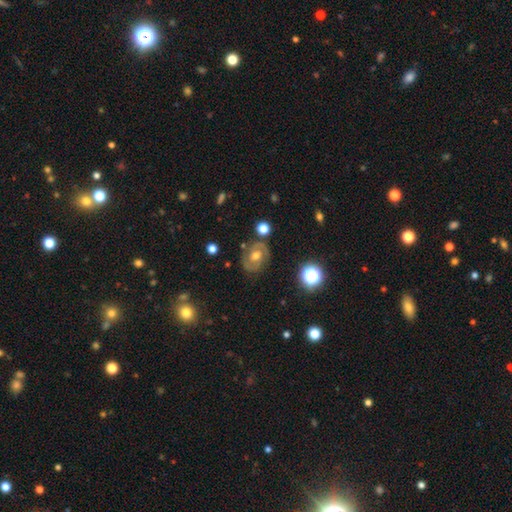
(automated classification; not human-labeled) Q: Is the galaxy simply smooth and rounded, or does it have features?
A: featured or disk — 75%.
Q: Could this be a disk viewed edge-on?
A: no — 97%.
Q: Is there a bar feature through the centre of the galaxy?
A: no — 60%.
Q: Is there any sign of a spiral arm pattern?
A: yes — 89%.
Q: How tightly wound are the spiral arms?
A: tight — 49%.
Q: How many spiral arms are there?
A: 2 — 83%.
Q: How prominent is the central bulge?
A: moderate — 74%.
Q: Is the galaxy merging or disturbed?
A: none — 78%.